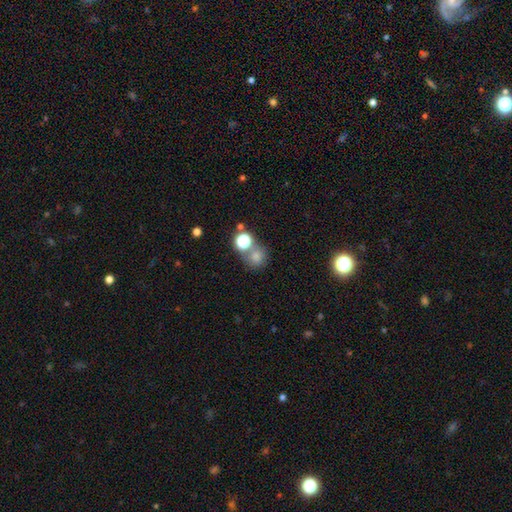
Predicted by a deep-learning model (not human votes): Smooth or featured? Predicted: smooth (p=0.73). How rounded? Predicted: round (p=0.84). Merging? Predicted: none (p=0.55).